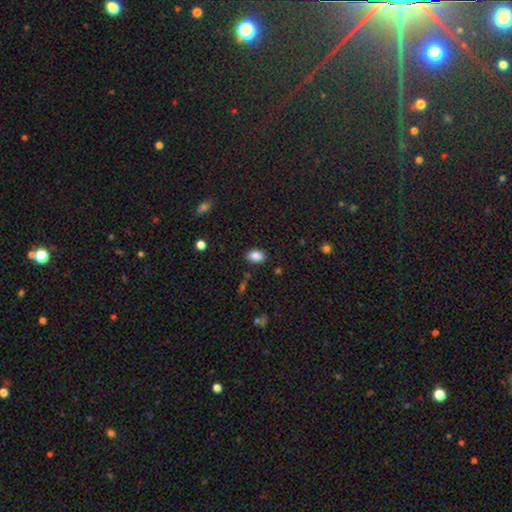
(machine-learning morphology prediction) type=smooth (87%); roundness=in between (86%); merging=none (85%).